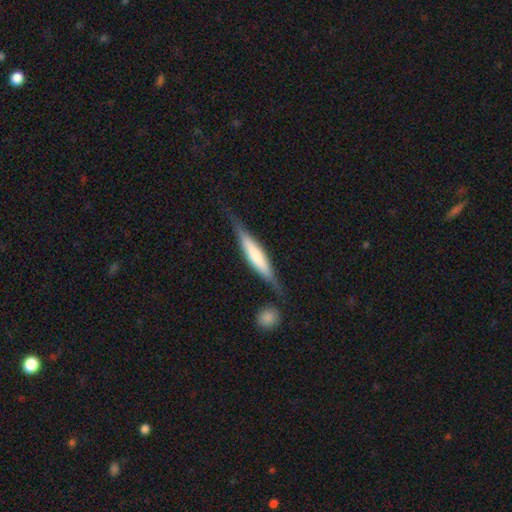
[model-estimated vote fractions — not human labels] This appears to be a featured or disk galaxy (52%) viewed edge-on (95%). Merging: none (75%).